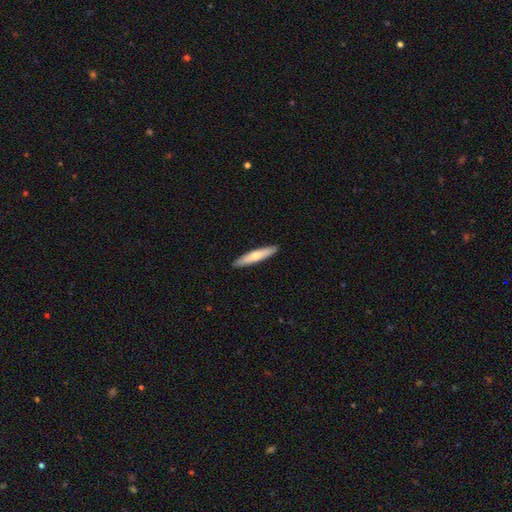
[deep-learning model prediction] Q: Smooth or featured?
A: smooth (61%); runner-up: featured or disk (35%)
Q: How rounded?
A: cigar-shaped (89%); runner-up: in between (10%)
Q: Merging?
A: none (91%); runner-up: minor disturbance (6%)